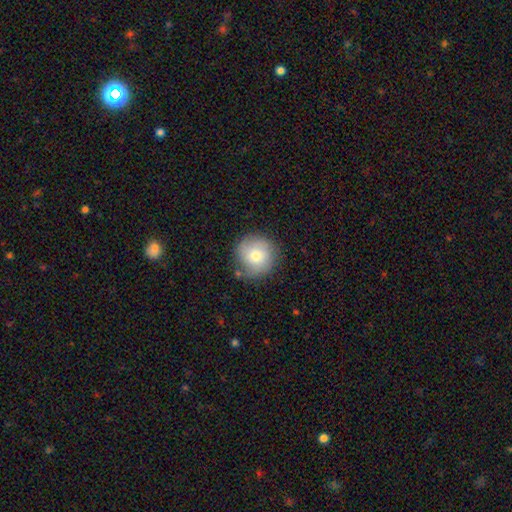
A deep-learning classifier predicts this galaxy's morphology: Smooth or featured: smooth — 68% (featured or disk — 23%)
How rounded: round — 93% (in between — 6%)
Merging: none — 74% (minor disturbance — 18%)